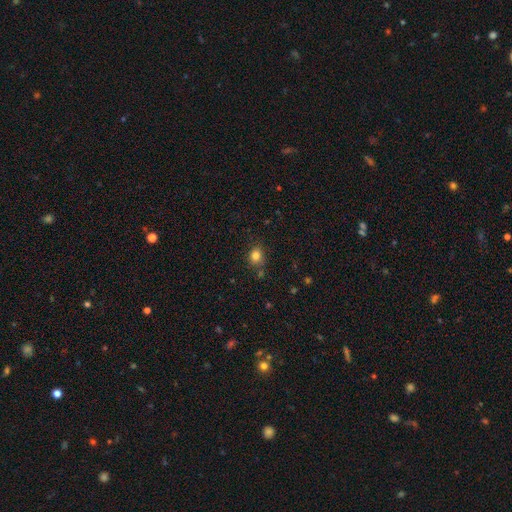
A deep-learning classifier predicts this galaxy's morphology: A smooth galaxy with no disk features (82%) that is round (59%). Merging: none (76%).